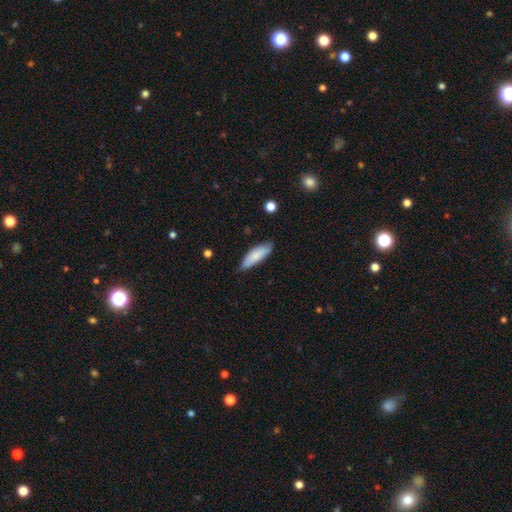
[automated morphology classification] The model was most divided on "how rounded": in between: 54%, cigar-shaped: 44%, round: 2%. More confident: smooth or featured — smooth (82%); merging — none (75%).